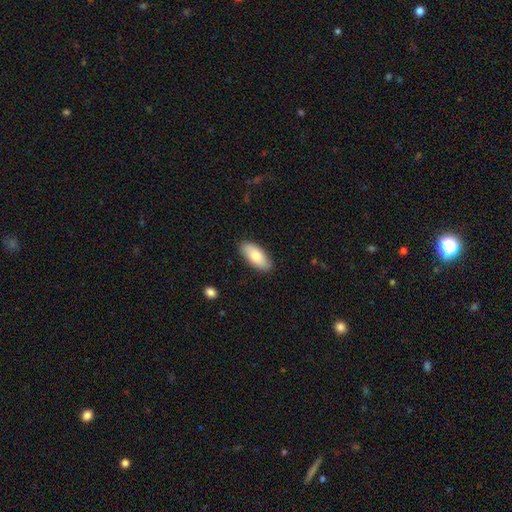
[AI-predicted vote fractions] smooth_or_featured: smooth (p=0.78) [alt: featured or disk p=0.16]
how_rounded: in between (p=0.86) [alt: cigar-shaped p=0.11]
merging: none (p=0.87) [alt: minor disturbance p=0.10]